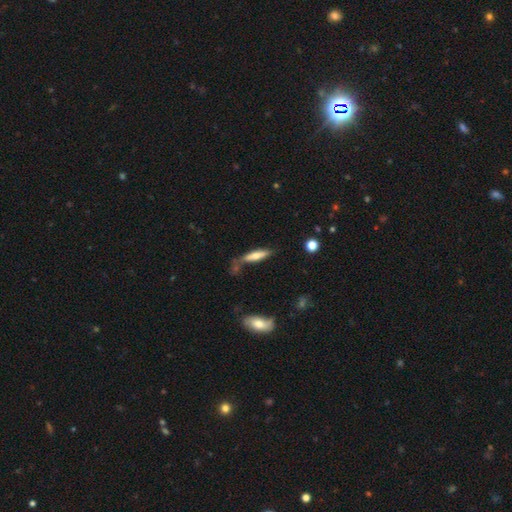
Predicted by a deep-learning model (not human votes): Smooth or featured? Predicted: smooth (p=0.58). How rounded? Predicted: cigar-shaped (p=0.75). Merging? Predicted: none (p=0.57).